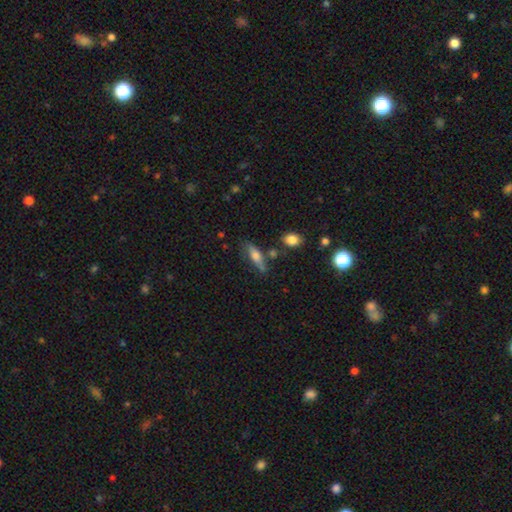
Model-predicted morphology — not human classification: Smooth or featured? smooth (62%)
How rounded? cigar-shaped (52%)
Merging? none (64%)